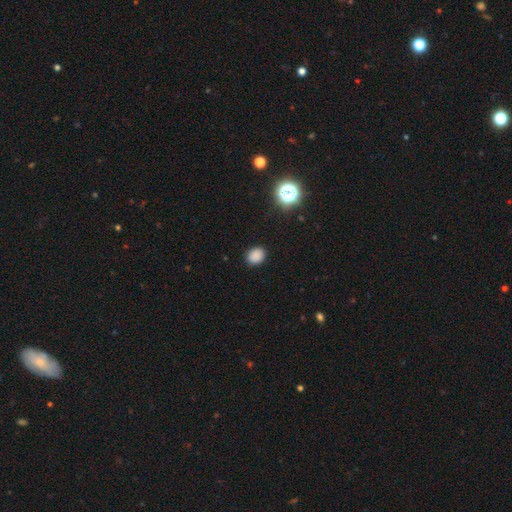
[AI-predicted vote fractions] The model was most divided on "how rounded": in between: 51%, round: 48%, cigar-shaped: 1%. More confident: merging — none (89%); smooth or featured — smooth (84%).